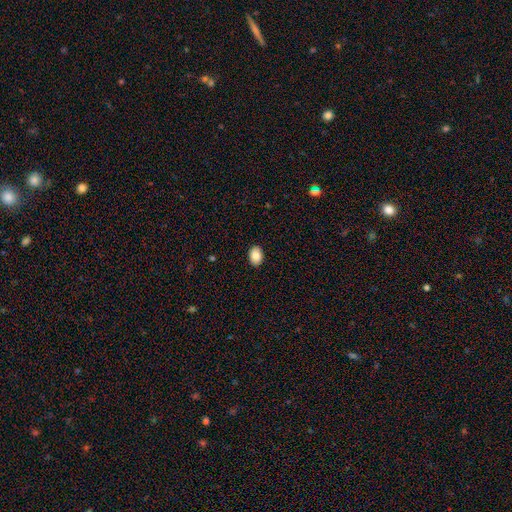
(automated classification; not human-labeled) A smooth galaxy with no disk features (85%) that is in between round and cigar-shaped (80%). Merging: none (90%).